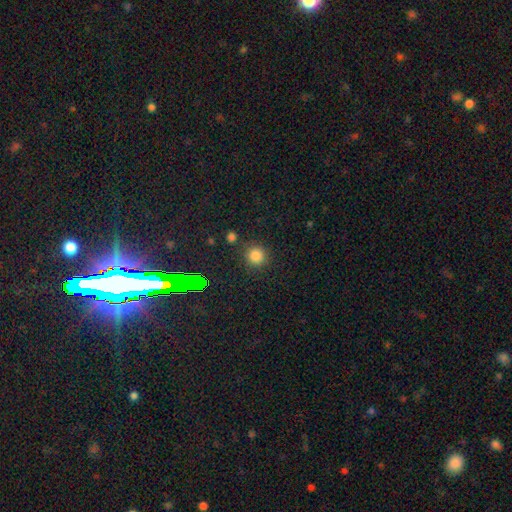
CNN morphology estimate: Overall: smooth (79%). How rounded: round (93%). Merging: none (85%).